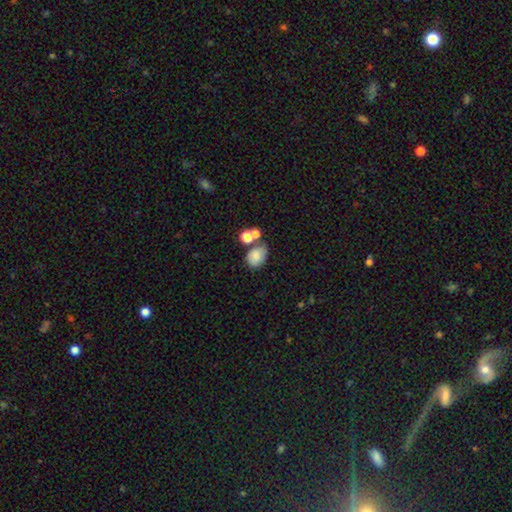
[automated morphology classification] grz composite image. It shows a smooth galaxy with no disk features (78%) that is in between round and cigar-shaped (66%). Merging: none (45%).